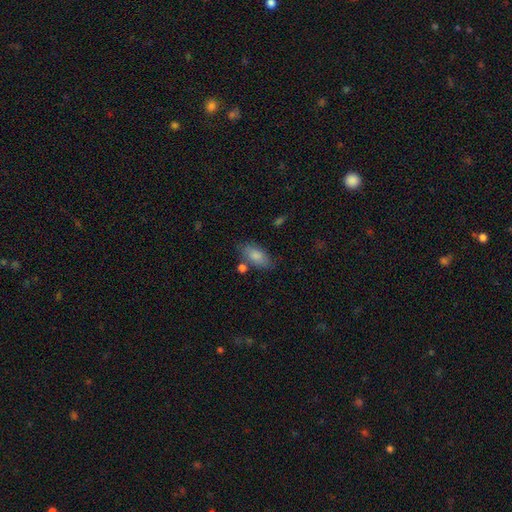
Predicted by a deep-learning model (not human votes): Smooth or featured?
  - smooth: 82% *
  - featured or disk: 11%
  - star or artifact: 7%
How rounded?
  - in between: 90% *
  - cigar-shaped: 6%
  - round: 4%
Merging?
  - none: 68% *
  - minor disturbance: 18%
  - merger: 9%
  - major disturbance: 5%